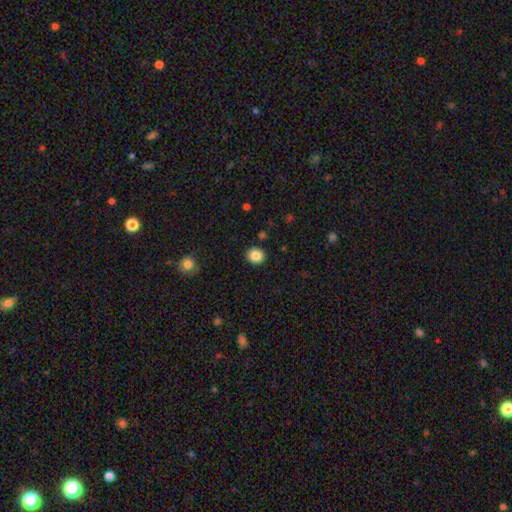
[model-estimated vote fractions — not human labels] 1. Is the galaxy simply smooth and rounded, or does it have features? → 86% smooth, 9% star or artifact, 5% featured or disk.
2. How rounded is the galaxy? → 87% round, 12% in between, 1% cigar-shaped.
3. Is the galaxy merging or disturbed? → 91% none, 6% minor disturbance, 2% major disturbance, 1% merger.